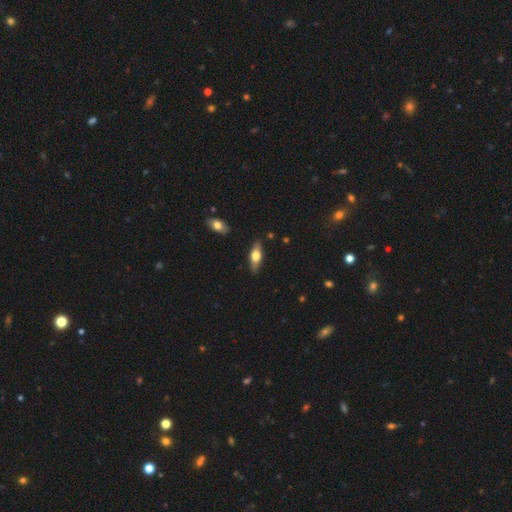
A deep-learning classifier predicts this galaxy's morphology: A smooth galaxy with no disk features (55%) that is in between round and cigar-shaped (65%).

Vote fractions:
- Smooth or featured? smooth: 55% / featured or disk: 39% / star or artifact: 6%
- How rounded? in between: 65% / cigar-shaped: 32% / round: 3%
- Merging? none: 84% / minor disturbance: 12% / major disturbance: 2% / merger: 2%